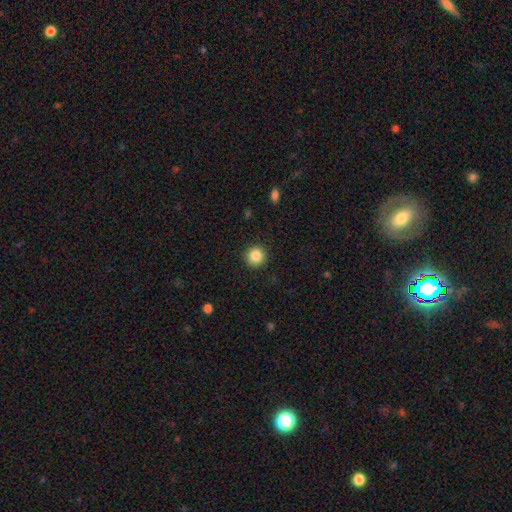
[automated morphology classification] smooth-or-featured: smooth: 86% | star or artifact: 9% | featured or disk: 4%
  how-rounded: round: 94% | in between: 5% | cigar-shaped: 1%
  merging: none: 92% | minor disturbance: 5% | major disturbance: 2% | merger: 1%